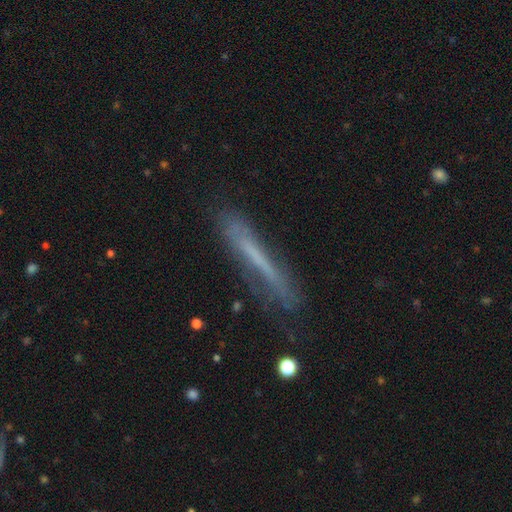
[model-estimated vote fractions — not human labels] featured or disk 47%, smooth 45%, star or artifact 8%. Down the decision tree: merging — none (71%).